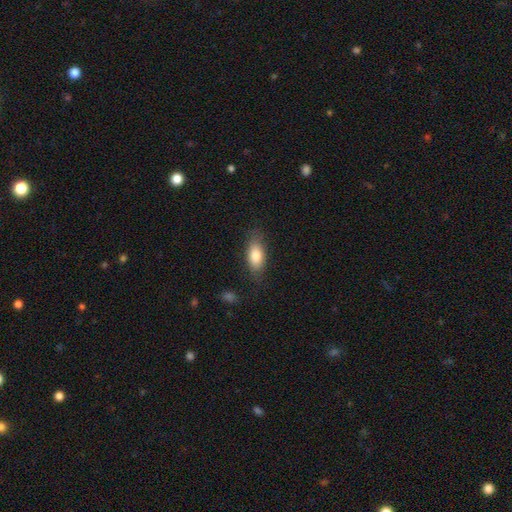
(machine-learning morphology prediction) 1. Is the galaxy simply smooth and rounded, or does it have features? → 80% smooth, 13% featured or disk, 7% star or artifact.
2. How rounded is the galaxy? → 85% in between, 11% cigar-shaped, 4% round.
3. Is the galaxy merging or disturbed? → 77% none, 17% minor disturbance, 5% major disturbance, 1% merger.